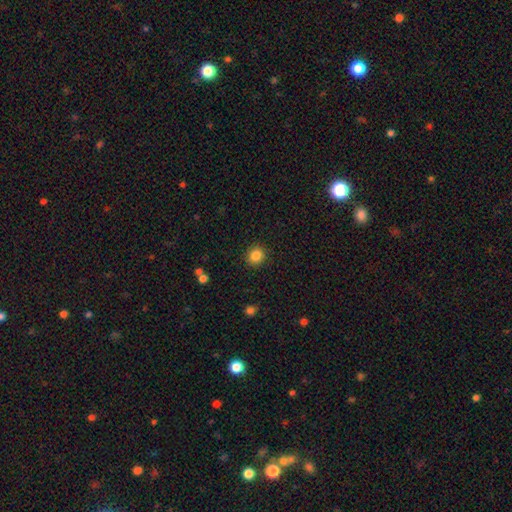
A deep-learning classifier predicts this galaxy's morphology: smooth-or-featured: smooth: 85% | star or artifact: 10% | featured or disk: 5%
  how-rounded: round: 87% | in between: 12% | cigar-shaped: 1%
  merging: none: 90% | minor disturbance: 6% | major disturbance: 2% | merger: 1%